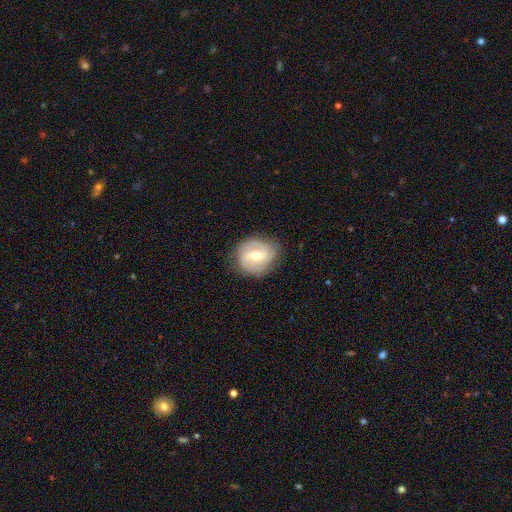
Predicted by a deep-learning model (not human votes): This is likely a featured or disk galaxy (76%). It is clearly not viewed edge-on (97%). Bar: possibly weak (51%). Spiral arm pattern: clearly yes (87%). Spiral arm count: likely 2 (71%). Spiral winding: marginally medium (44%). Central bulge: likely moderate (68%). Merging: likely none (80%).